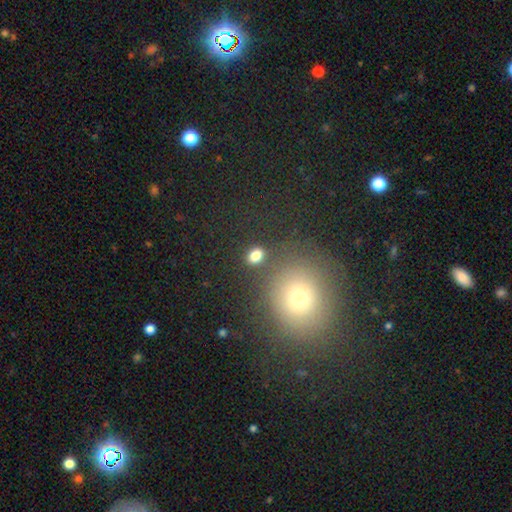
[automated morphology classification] type=smooth (82%); roundness=in between (64%); merging=none (83%).